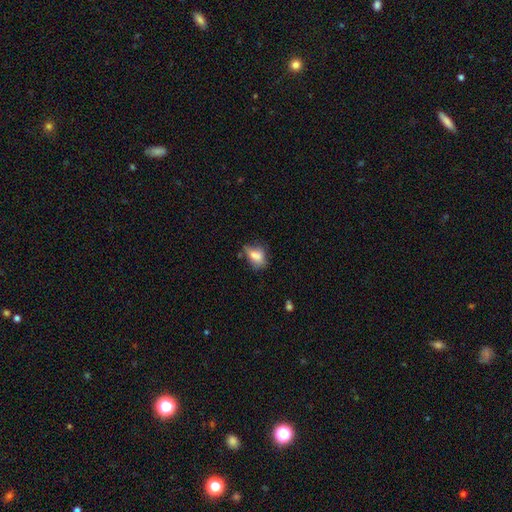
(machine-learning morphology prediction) The model was most divided on "merging": none: 42%, minor disturbance: 35%, major disturbance: 16%, merger: 7%. More confident: how rounded — in between (78%); smooth or featured — smooth (72%).